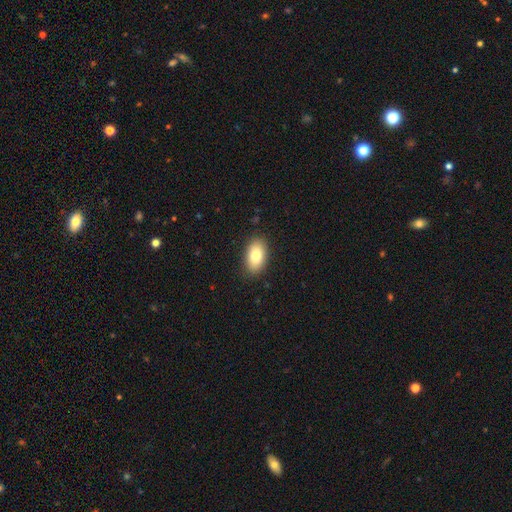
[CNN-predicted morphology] smooth-or-featured: smooth: 81% | featured or disk: 12% | star or artifact: 7%
  how-rounded: in between: 92% | round: 6% | cigar-shaped: 2%
  merging: none: 88% | minor disturbance: 9% | major disturbance: 2% | merger: 1%